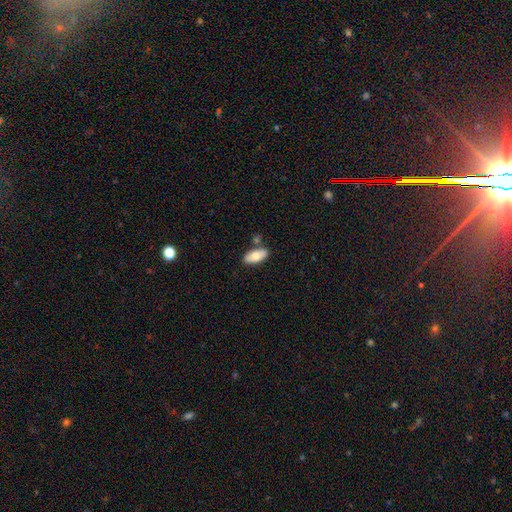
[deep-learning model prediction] A smooth galaxy with no disk features (73%) that is in between round and cigar-shaped (91%). Merging: none (76%).